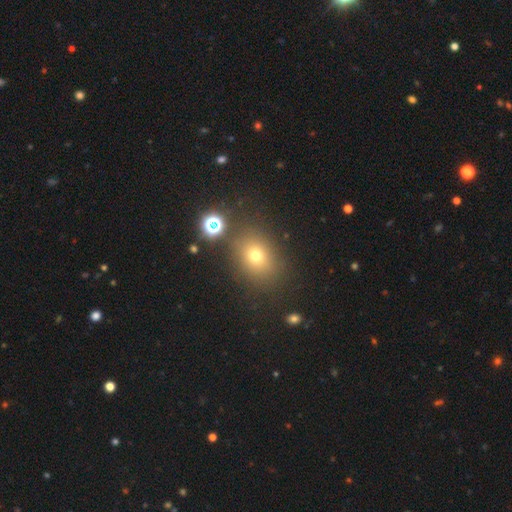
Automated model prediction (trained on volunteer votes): Smooth or featured? Predicted: smooth (p=0.68). How rounded? Predicted: round (p=0.54). Merging? Predicted: none (p=0.80).